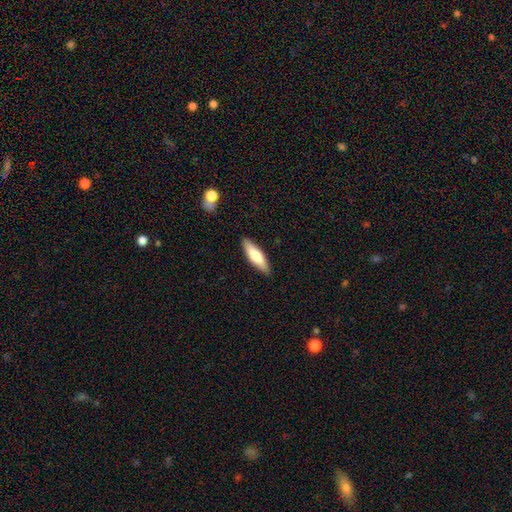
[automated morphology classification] type=smooth (71%); roundness=cigar-shaped (60%); merging=none (88%).